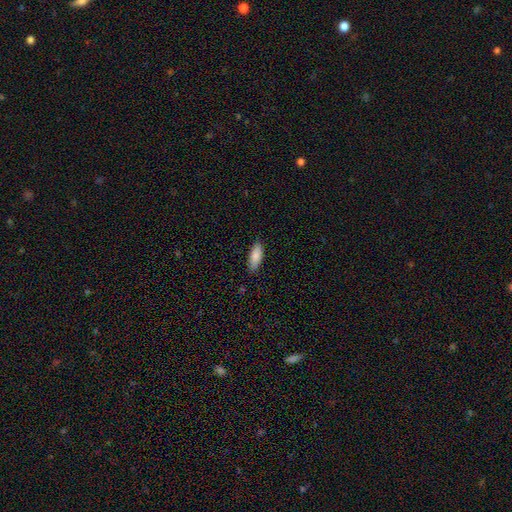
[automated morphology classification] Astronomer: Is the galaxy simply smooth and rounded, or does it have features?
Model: smooth — 84%.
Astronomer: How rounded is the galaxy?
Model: in between — 75%.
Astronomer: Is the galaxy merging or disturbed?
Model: none — 85%.